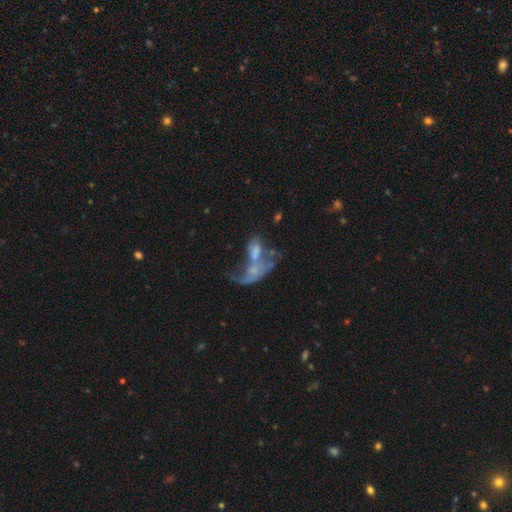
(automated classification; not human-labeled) A featured or disk galaxy (53%). Merging: merger (59%).